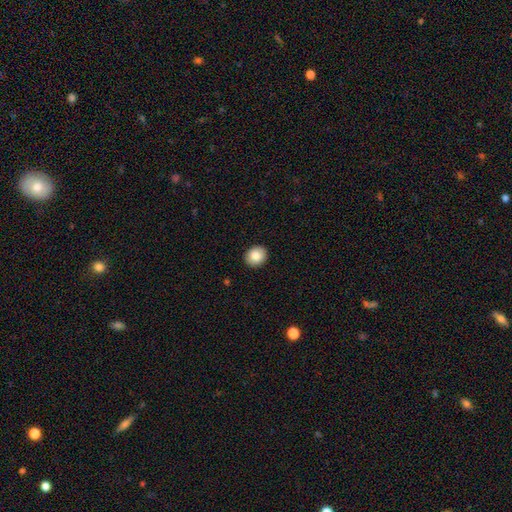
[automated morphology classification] The model was most divided on "how rounded": round: 72%, in between: 27%, cigar-shaped: 1%. More confident: merging — none (92%); smooth or featured — smooth (83%).